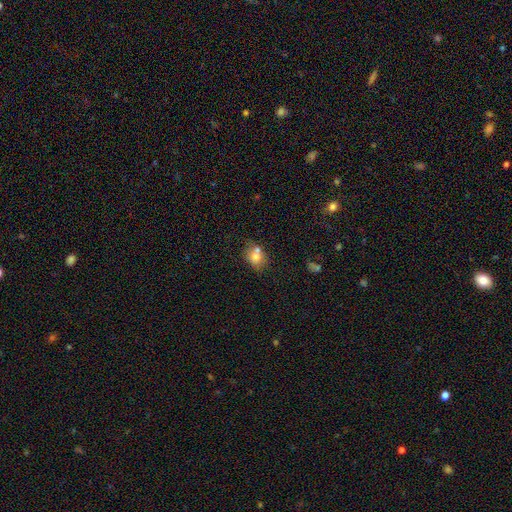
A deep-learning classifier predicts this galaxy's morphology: A smooth galaxy with no disk features (72%) that is in between round and cigar-shaped (54%). Merging: none (49%).